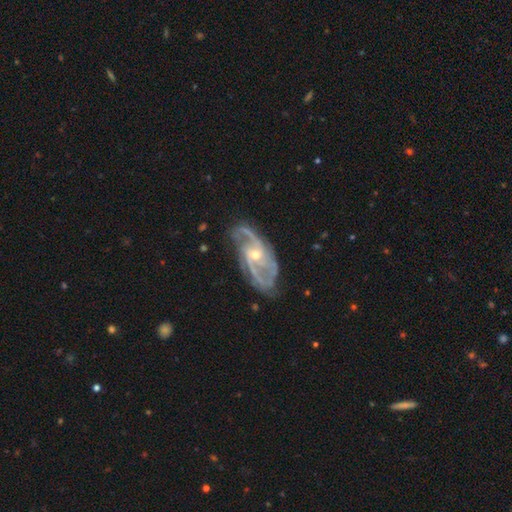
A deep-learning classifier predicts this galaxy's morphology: A featured or disk galaxy (90%) with no bar (56%), 2 (53%) medium (51%) spiral arms (97%) and a small central bulge (56%).

Vote fractions:
- Smooth or featured? featured or disk: 90% / star or artifact: 5% / smooth: 5%
- Edge-on disk? no: 95% / yes: 5%
- Bar? no: 56% / weak: 34% / strong: 11%
- Spiral arms? yes: 97% / no: 3%
- Spiral winding? medium: 51% / tight: 31% / loose: 18%
- Spiral arm count? 2: 53% / 3: 23% / can't tell: 11% / 4: 5% / 1: 4% / more than 4: 4%
- Bulge size? small: 56% / moderate: 41% / large: 1% / none: 1% / dominant: 1%
- Merging? none: 72% / minor disturbance: 19% / major disturbance: 8% / merger: 2%